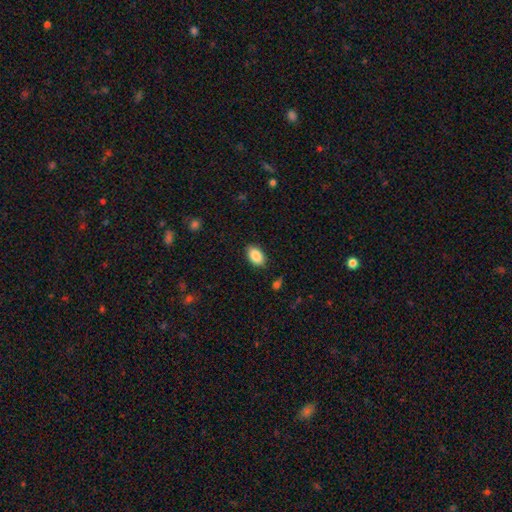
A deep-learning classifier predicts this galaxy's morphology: Smooth or featured? smooth (88%)
How rounded? in between (91%)
Merging? none (86%)